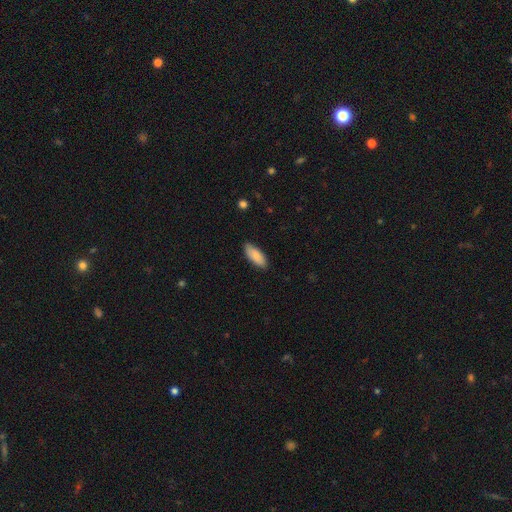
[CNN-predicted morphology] A smooth galaxy with no disk features (85%) that is in between round and cigar-shaped (78%).

Vote fractions:
- Smooth or featured? smooth: 85% / featured or disk: 9% / star or artifact: 6%
- How rounded? in between: 78% / cigar-shaped: 20% / round: 2%
- Merging? none: 85% / minor disturbance: 12% / major disturbance: 2% / merger: 1%